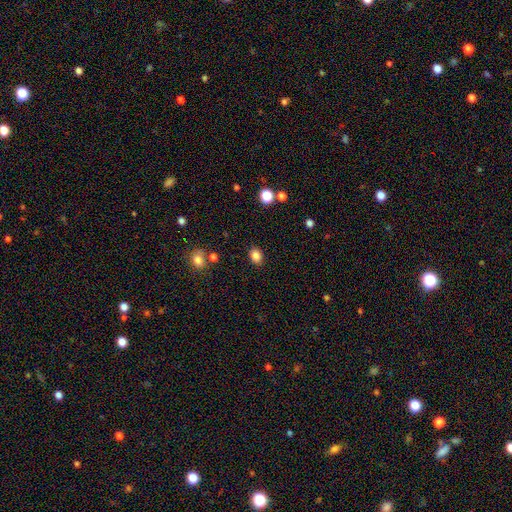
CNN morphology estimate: Smooth or featured: smooth — 84% (star or artifact — 11%)
How rounded: in between — 57% (round — 42%)
Merging: none — 87% (minor disturbance — 9%)